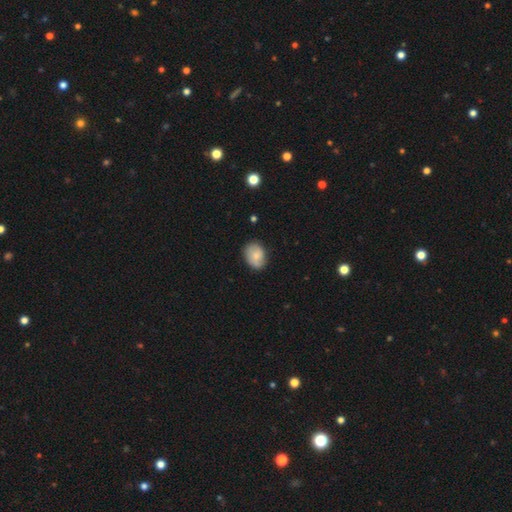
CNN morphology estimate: Overall: smooth (70%). How rounded: in between (65%; round 34%). Merging: none (74%).